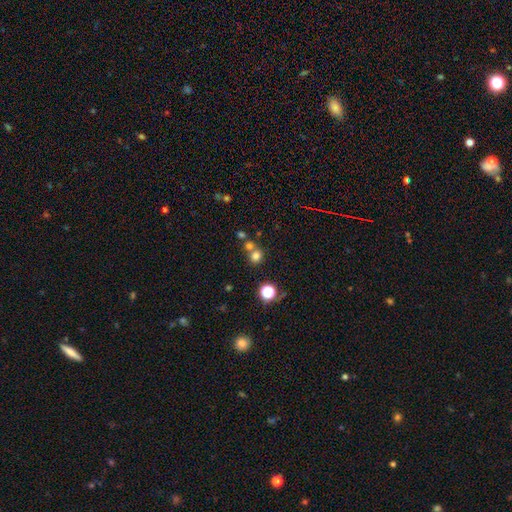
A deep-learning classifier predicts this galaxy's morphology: This appears to be a smooth galaxy with no disk features (73%) that is round (84%). Merging: none (56%).